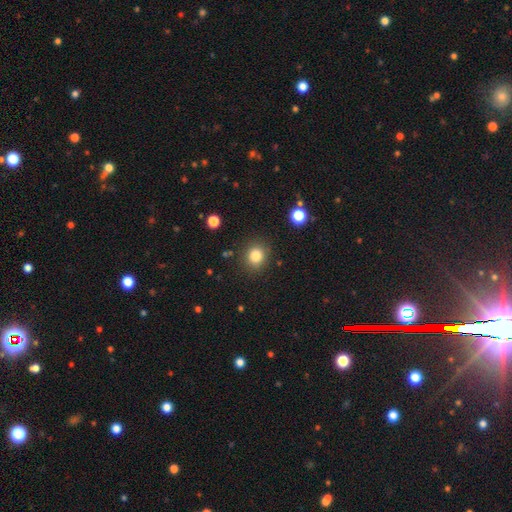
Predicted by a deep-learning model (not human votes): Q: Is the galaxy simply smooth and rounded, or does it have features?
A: smooth — 83%.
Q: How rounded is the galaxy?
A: round — 80%.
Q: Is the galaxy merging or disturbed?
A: none — 86%.